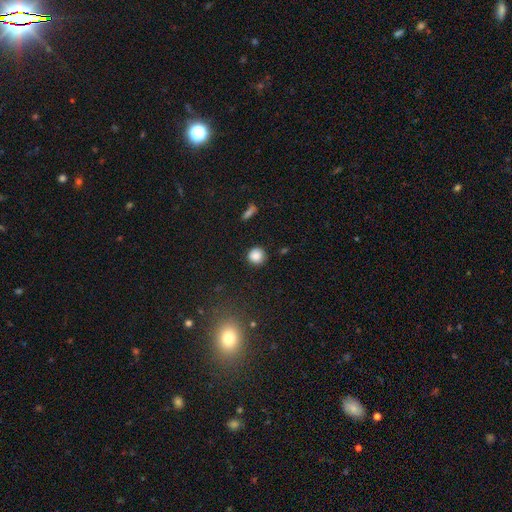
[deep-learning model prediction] Overall: smooth (85%). How rounded: round (93%). Merging: none (88%).